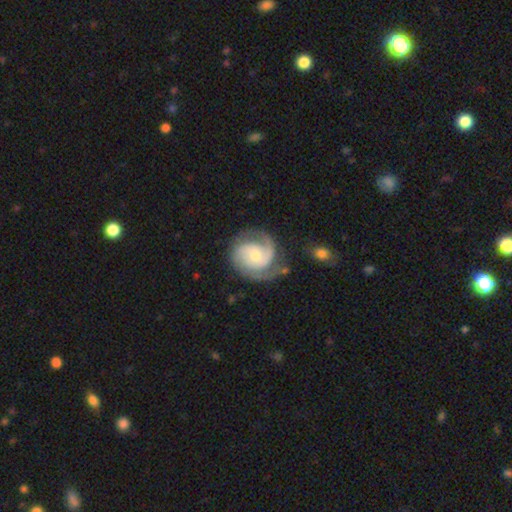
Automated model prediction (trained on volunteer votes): Smooth or featured? Predicted: featured or disk (p=0.87). Edge-on disk? Predicted: no (p=0.98). Bar? Predicted: no (p=0.66). Spiral arms? Predicted: yes (p=0.97). Spiral winding? Predicted: tight (p=0.53). Spiral arm count? Predicted: 2 (p=0.73). Bulge size? Predicted: moderate (p=0.49). Merging? Predicted: none (p=0.67).